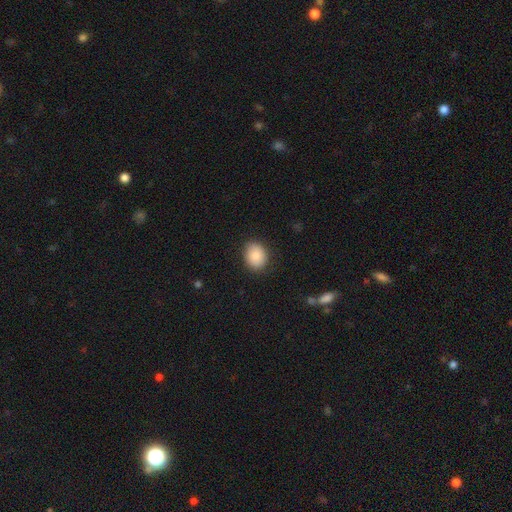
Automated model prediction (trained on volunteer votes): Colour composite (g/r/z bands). It shows a smooth galaxy with no disk features (87%) that is round (51%). Merging: none (85%).